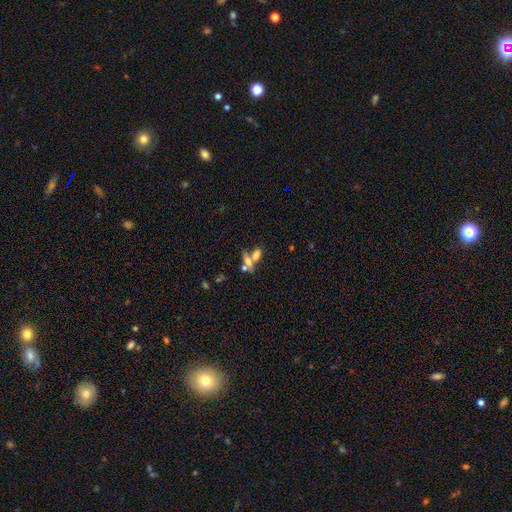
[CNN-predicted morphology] Q: Smooth or featured?
A: smooth (63%); runner-up: featured or disk (24%)
Q: How rounded?
A: in between (64%); runner-up: cigar-shaped (23%)
Q: Merging?
A: merger (50%); runner-up: none (36%)